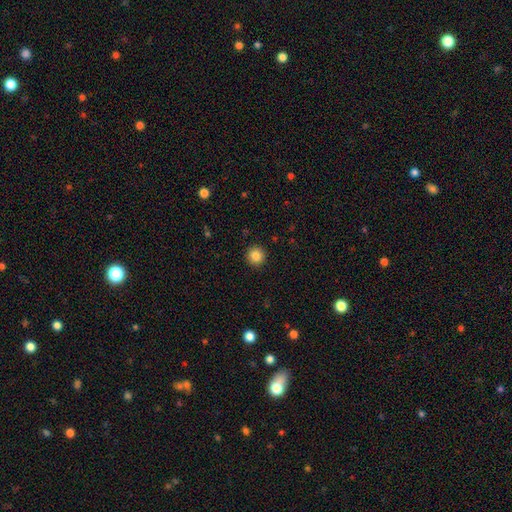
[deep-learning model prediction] Smooth or featured: smooth — 84% (star or artifact — 10%)
How rounded: round — 95% (in between — 4%)
Merging: none — 92% (minor disturbance — 5%)